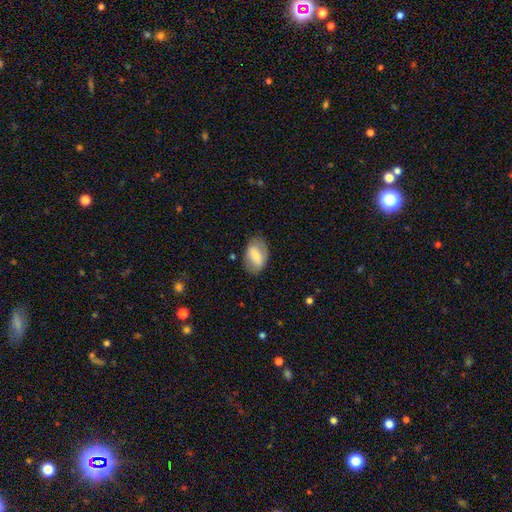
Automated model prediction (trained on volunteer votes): Smooth or featured? Predicted: smooth (p=0.66). How rounded? Predicted: in between (p=0.89). Merging? Predicted: none (p=0.73).